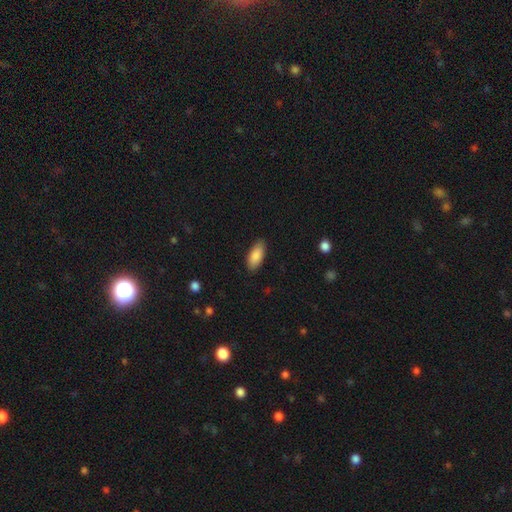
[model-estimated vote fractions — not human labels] Overall: smooth (87%). How rounded: in between (87%). Merging: none (85%).